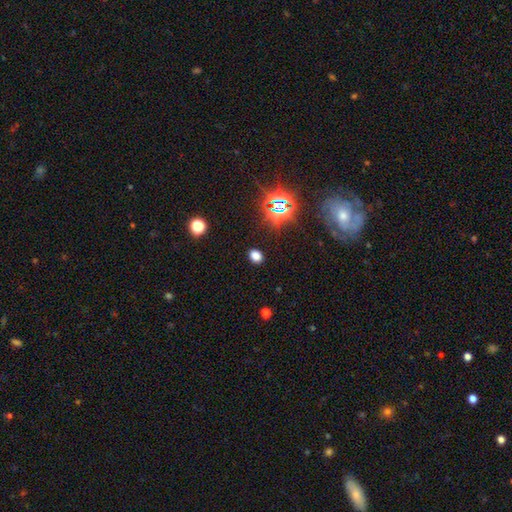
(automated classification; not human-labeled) smooth-or-featured: smooth: 72% | star or artifact: 23% | featured or disk: 5%
  how-rounded: in between: 62% | round: 36% | cigar-shaped: 1%
  merging: none: 88% | minor disturbance: 7% | major disturbance: 3% | merger: 1%